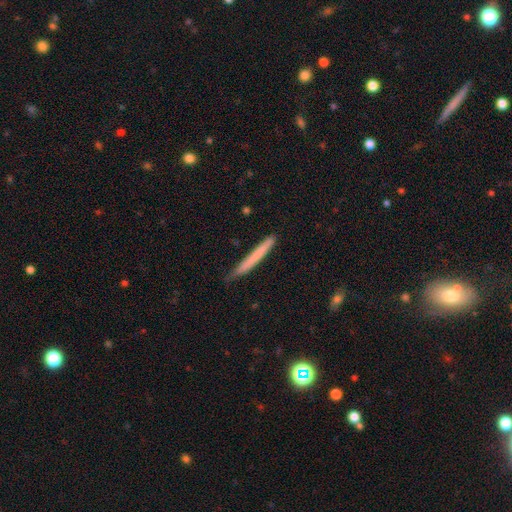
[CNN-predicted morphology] smooth-or-featured: smooth: 69% | featured or disk: 25% | star or artifact: 6%
  how-rounded: cigar-shaped: 97% | in between: 2% | round: 1%
  merging: none: 81% | minor disturbance: 15% | major disturbance: 2% | merger: 1%